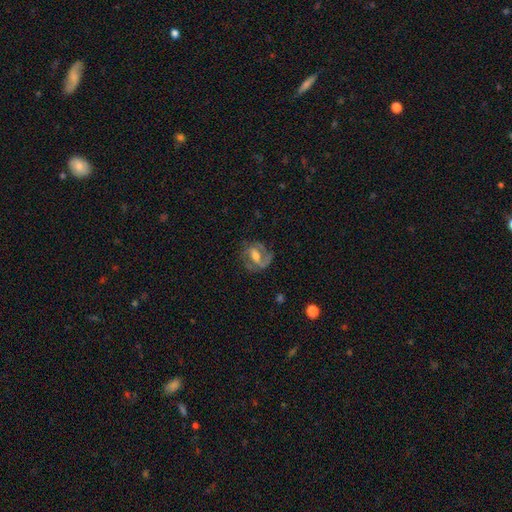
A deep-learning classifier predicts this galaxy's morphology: The model was most divided on "spiral winding": medium: 47%, tight: 34%, loose: 20%. Remaining: edge-on disk — no (96%); spiral arms — yes (88%); smooth or featured — featured or disk (73%); spiral arm count — 2 (64%); merging — none (62%); bulge size — moderate (58%); bar — weak (45%).